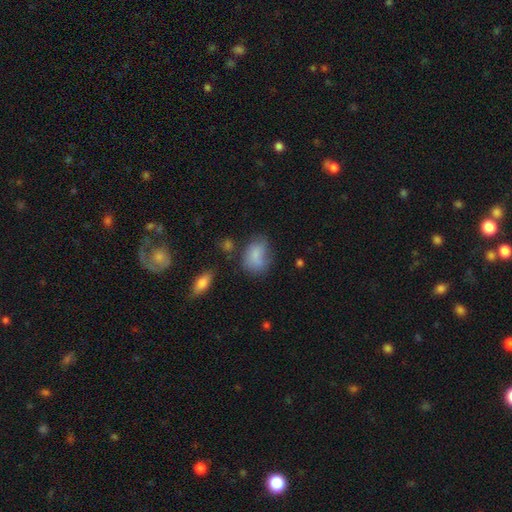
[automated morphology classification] A smooth galaxy with no disk features (77%) that is in between round and cigar-shaped (75%). Merging: none (49%).